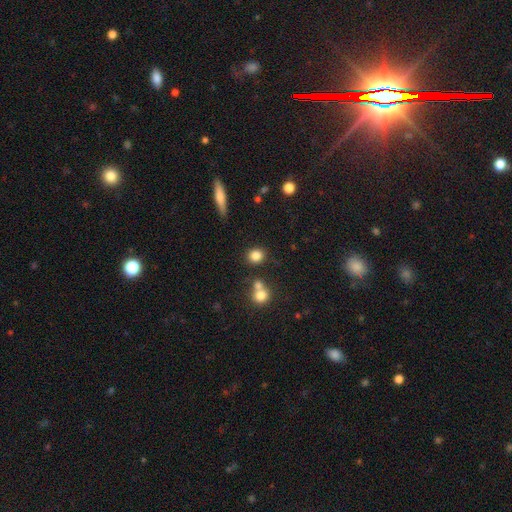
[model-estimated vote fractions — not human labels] smooth-or-featured: smooth: 82% | star or artifact: 11% | featured or disk: 7%
  how-rounded: round: 76% | in between: 22% | cigar-shaped: 2%
  merging: none: 78% | merger: 10% | minor disturbance: 9% | major disturbance: 3%